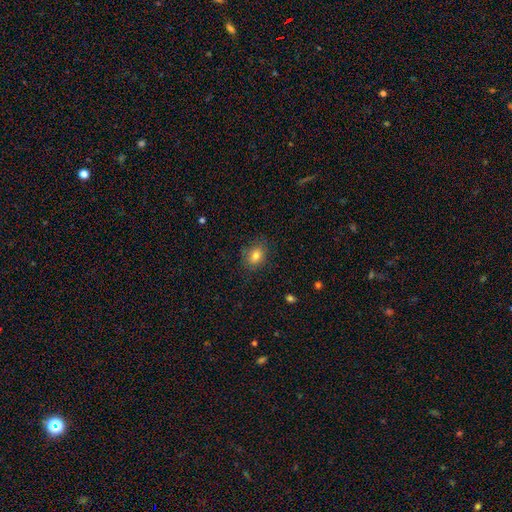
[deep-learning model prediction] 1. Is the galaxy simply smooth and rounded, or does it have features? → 81% smooth, 10% star or artifact, 10% featured or disk.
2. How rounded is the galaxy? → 60% in between, 39% round, 1% cigar-shaped.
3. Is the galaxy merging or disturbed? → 79% none, 15% minor disturbance, 4% major disturbance, 1% merger.